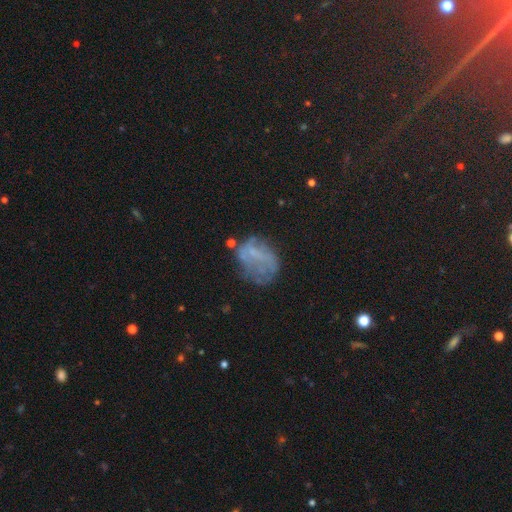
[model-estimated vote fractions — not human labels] smooth_or_featured: featured or disk (p=0.46) [alt: smooth p=0.36]
merging: none (p=0.48) [alt: minor disturbance p=0.24]